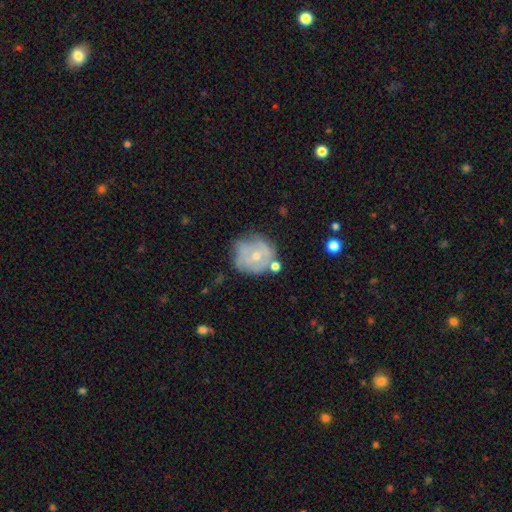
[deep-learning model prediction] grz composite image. It shows a featured or disk galaxy (57%) with no bar (79%), no spiral arms (51%) and a small central bulge (57%). Merging: none (50%).